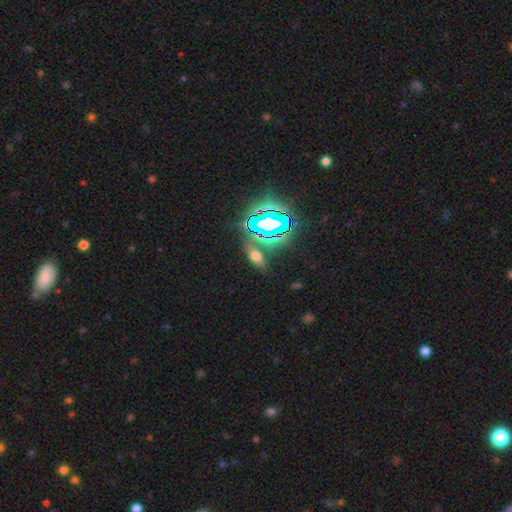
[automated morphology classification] smooth_or_featured: smooth (p=0.43) [alt: star or artifact p=0.42]
merging: none (p=0.71) [alt: minor disturbance p=0.15]